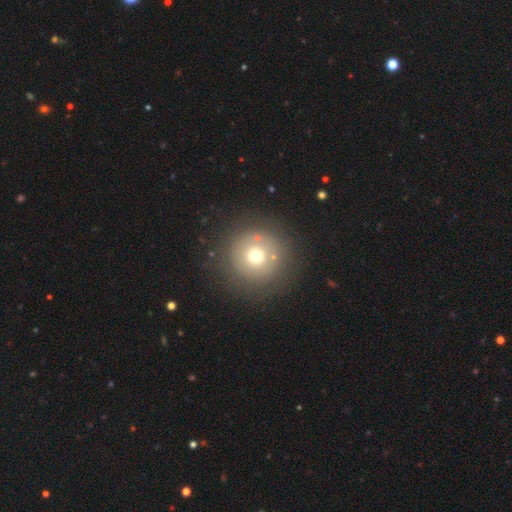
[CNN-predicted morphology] Q: Smooth or featured?
A: smooth (65%); runner-up: featured or disk (21%)
Q: How rounded?
A: round (96%); runner-up: in between (3%)
Q: Merging?
A: none (83%); runner-up: minor disturbance (9%)